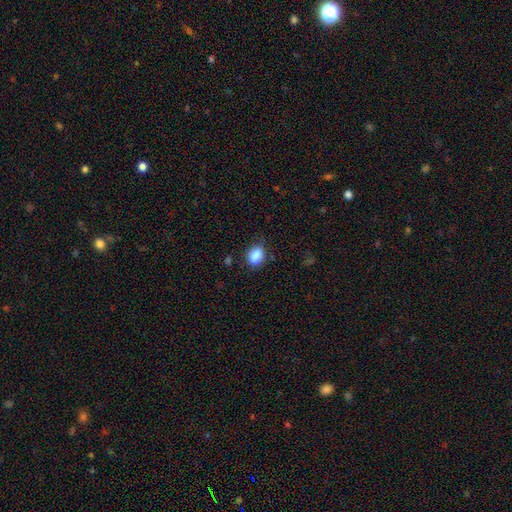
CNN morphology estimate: smooth-or-featured: smooth: 87% | star or artifact: 9% | featured or disk: 4%
  how-rounded: in between: 71% | round: 28% | cigar-shaped: 1%
  merging: none: 76% | minor disturbance: 18% | major disturbance: 5% | merger: 2%